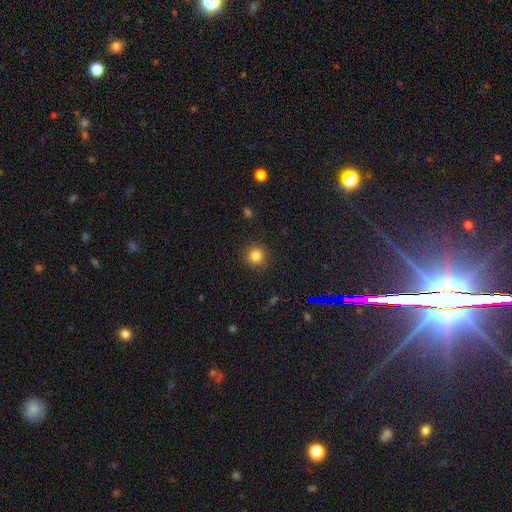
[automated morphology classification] This is clearly a smooth galaxy (83%). How rounded: clearly round (94%). Merging: clearly none (90%).